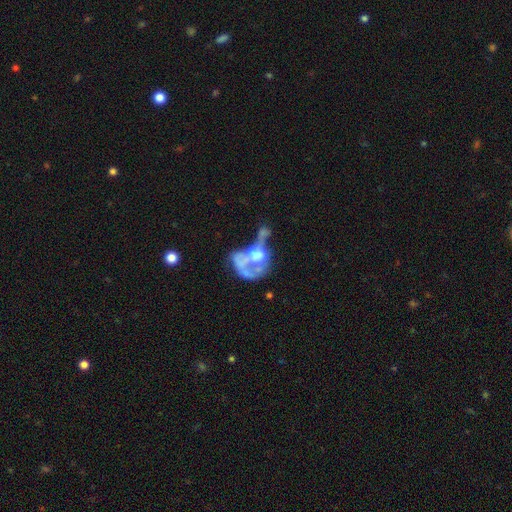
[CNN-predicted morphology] Overall: featured or disk (62%; smooth 26%). Edge-on disk: no (96%). Bar: no (87%). Spiral arms: no (80%). Bulge size: moderate (35%; large 27%). Merging: major disturbance (39%; merger 37%).